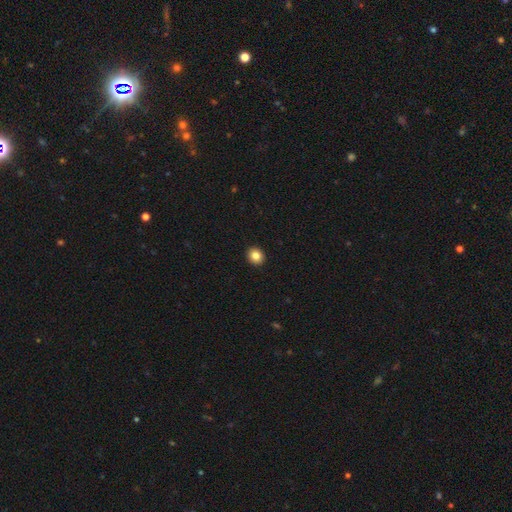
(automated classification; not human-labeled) A smooth galaxy with no disk features (84%) that is round (78%). Merging: none (93%).